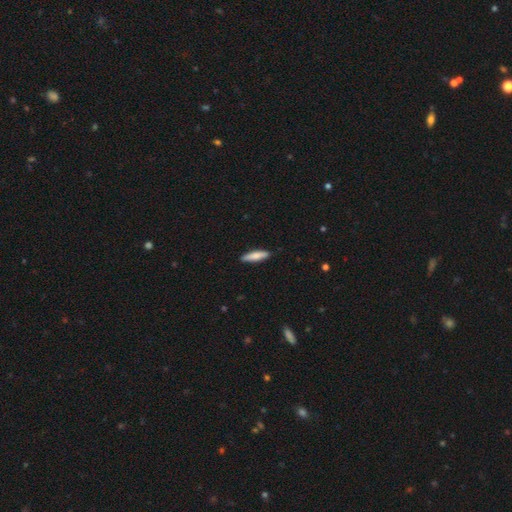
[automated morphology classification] Smooth or featured?
  - smooth: 77% *
  - featured or disk: 18%
  - star or artifact: 5%
How rounded?
  - cigar-shaped: 76% *
  - in between: 22%
  - round: 2%
Merging?
  - none: 87% *
  - minor disturbance: 10%
  - major disturbance: 2%
  - merger: 1%